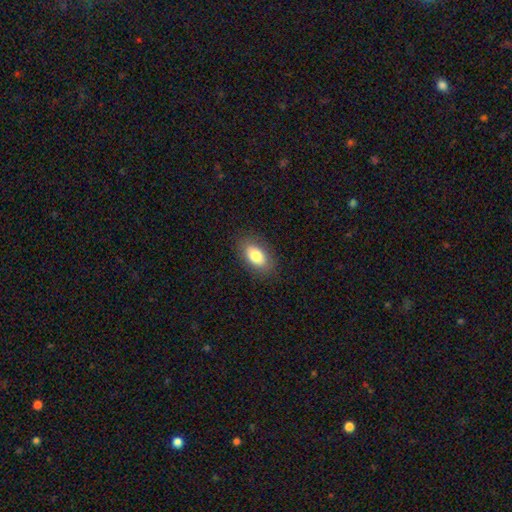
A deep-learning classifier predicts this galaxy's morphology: smooth_or_featured: smooth (p=0.79) [alt: featured or disk p=0.14]
how_rounded: in between (p=0.92) [alt: round p=0.06]
merging: none (p=0.86) [alt: minor disturbance p=0.10]